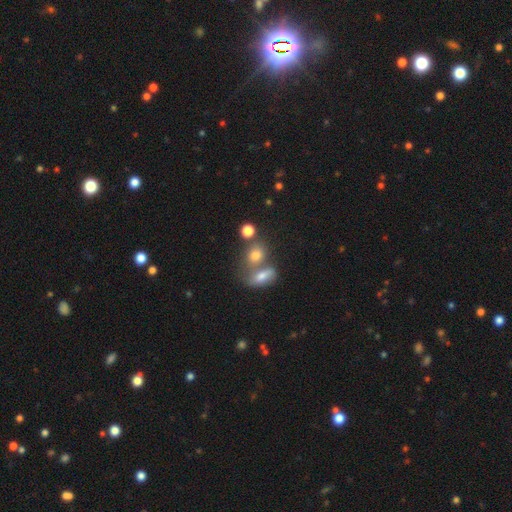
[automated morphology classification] This is likely a smooth galaxy (72%). How rounded: possibly round (54%). Merging: marginally merger (44%).